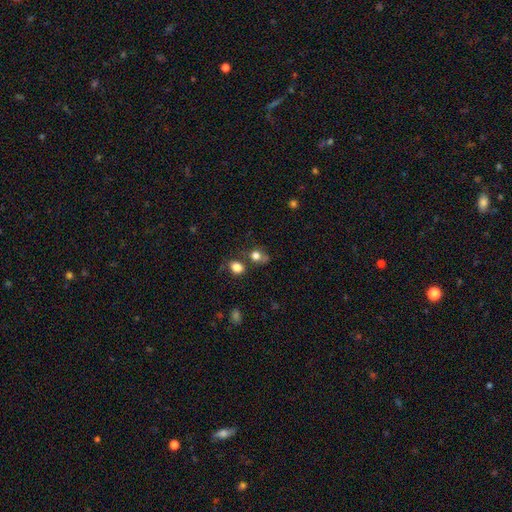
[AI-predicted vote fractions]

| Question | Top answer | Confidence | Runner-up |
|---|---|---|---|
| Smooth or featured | smooth | 76% | star or artifact (14%) |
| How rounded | round | 61% | in between (37%) |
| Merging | none | 52% | merger (21%) |